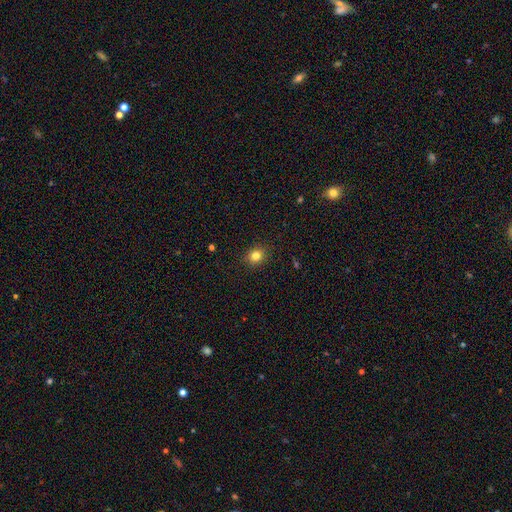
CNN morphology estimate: Smooth or featured? smooth (82%)
How rounded? round (71%)
Merging? none (90%)